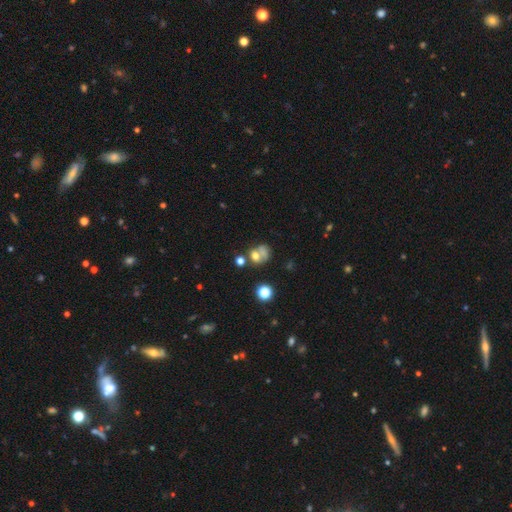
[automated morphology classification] The model was most divided on "merging": merger: 35%, none: 34%, major disturbance: 16%, minor disturbance: 15%. More confident: how rounded — round (61%); smooth or featured — smooth (56%).